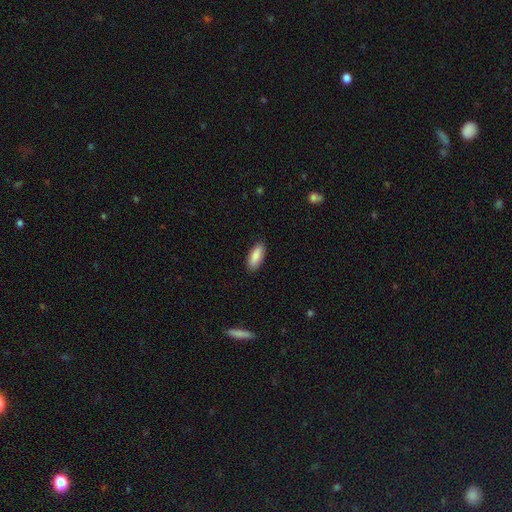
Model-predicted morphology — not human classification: type=smooth (88%); roundness=in between (77%); merging=none (88%).